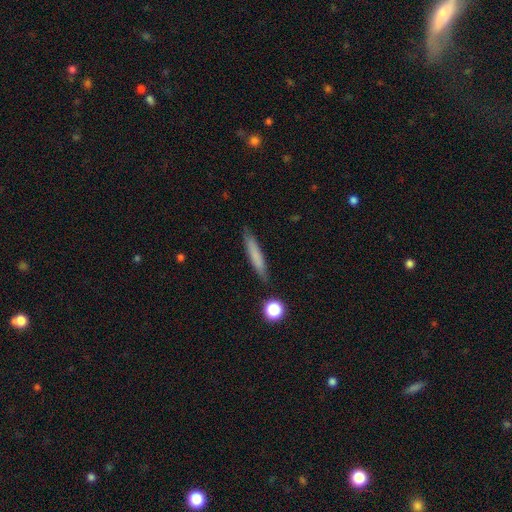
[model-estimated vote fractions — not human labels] smooth_or_featured: smooth (p=0.73) [alt: featured or disk p=0.20]
how_rounded: cigar-shaped (p=0.93) [alt: in between p=0.06]
merging: none (p=0.86) [alt: minor disturbance p=0.10]